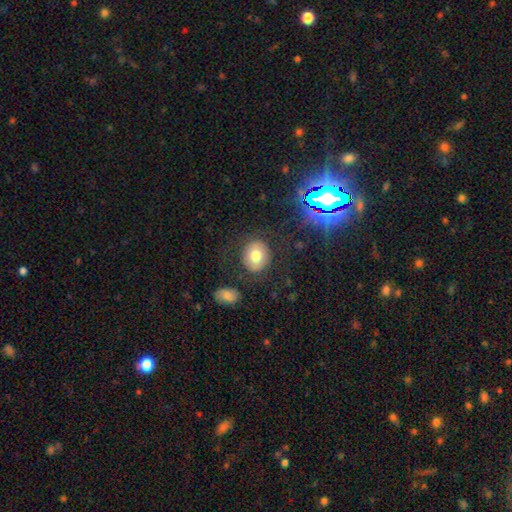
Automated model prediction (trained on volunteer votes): Overall: smooth (73%). How rounded: round (73%). Merging: none (82%).